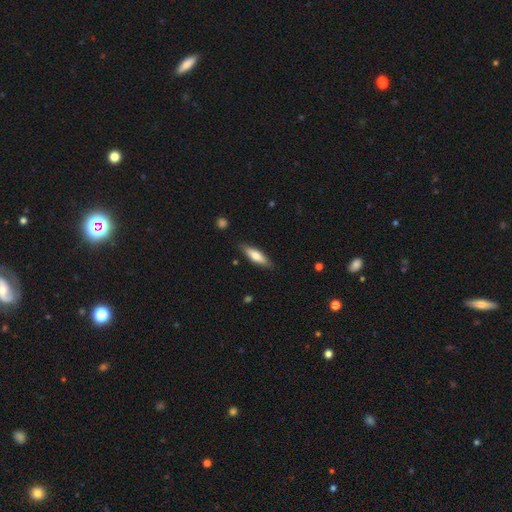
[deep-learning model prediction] A smooth galaxy with no disk features (62%) that is cigar-shaped (62%). Merging: none (86%).